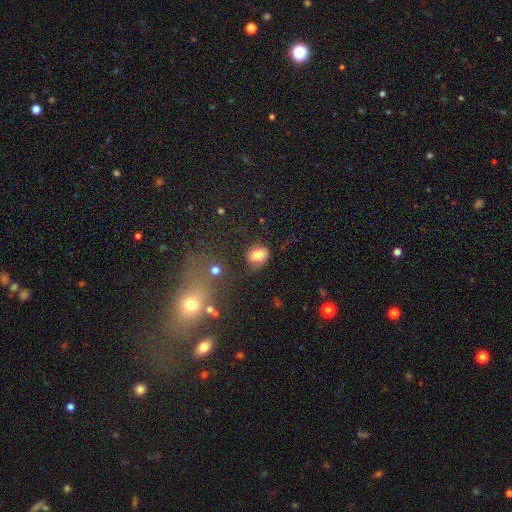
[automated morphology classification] smooth 80%, featured or disk 10%, star or artifact 10%. Down the decision tree: how rounded — in between (63%); merging — none (57%).